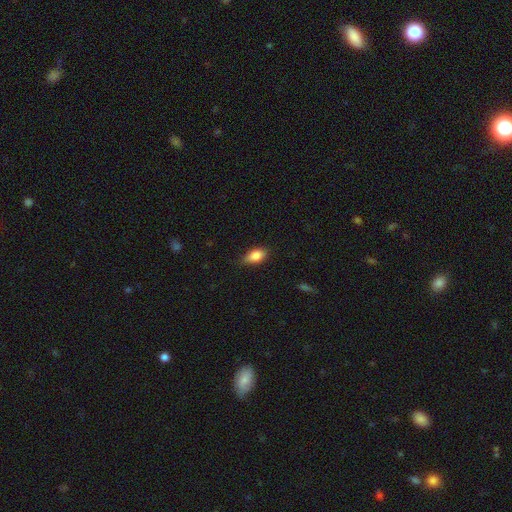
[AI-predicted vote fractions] This appears to be a smooth galaxy with no disk features (86%) that is in between round and cigar-shaped (89%). Merging: none (77%).